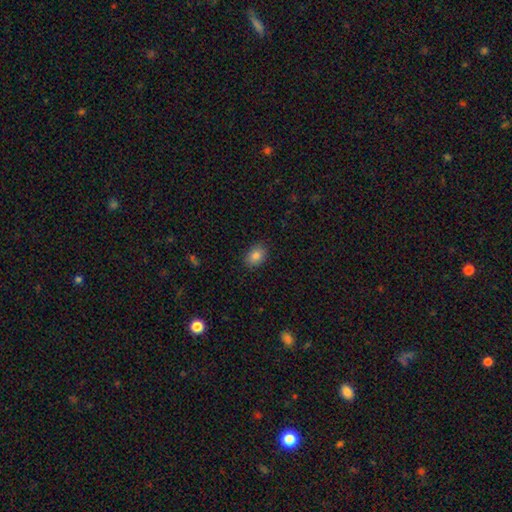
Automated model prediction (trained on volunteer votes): Smooth or featured? smooth (85%)
How rounded? in between (74%)
Merging? none (87%)